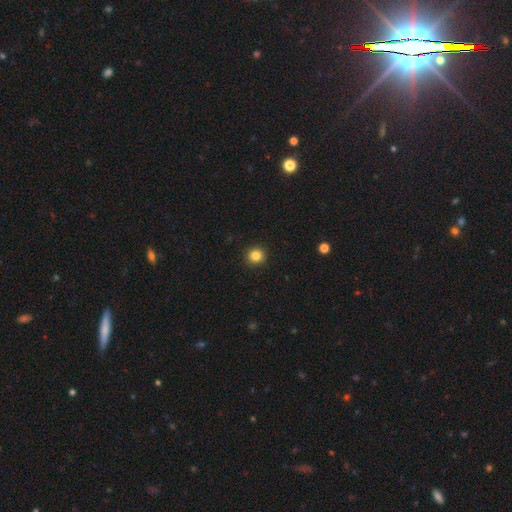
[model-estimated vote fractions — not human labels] Smooth or featured? smooth (84%)
How rounded? round (93%)
Merging? none (93%)